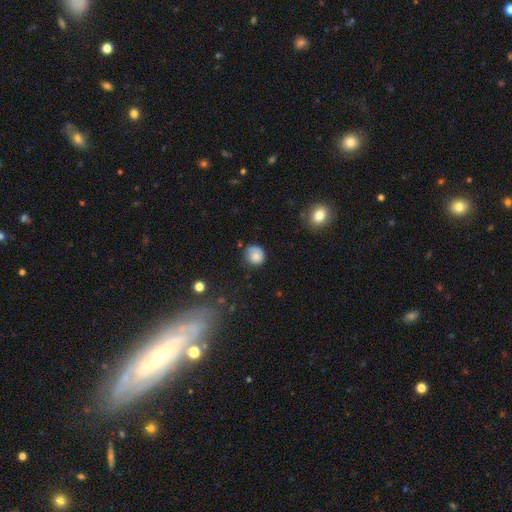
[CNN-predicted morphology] A smooth galaxy with no disk features (77%) that is round (84%). Merging: none (65%).